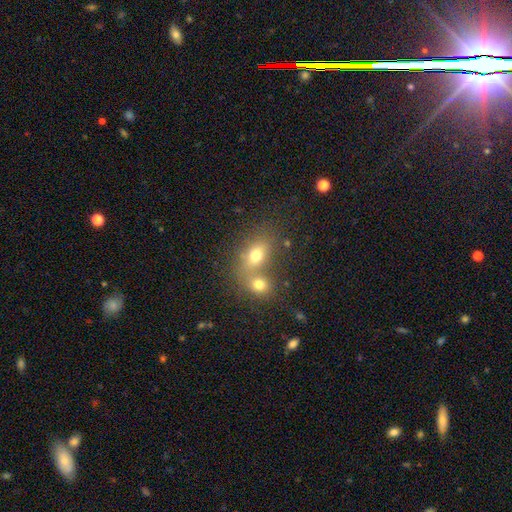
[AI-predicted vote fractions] smooth-or-featured: smooth: 71% | featured or disk: 16% | star or artifact: 13%
  how-rounded: in between: 66% | round: 32% | cigar-shaped: 3%
  merging: merger: 52% | none: 35% | minor disturbance: 8% | major disturbance: 5%